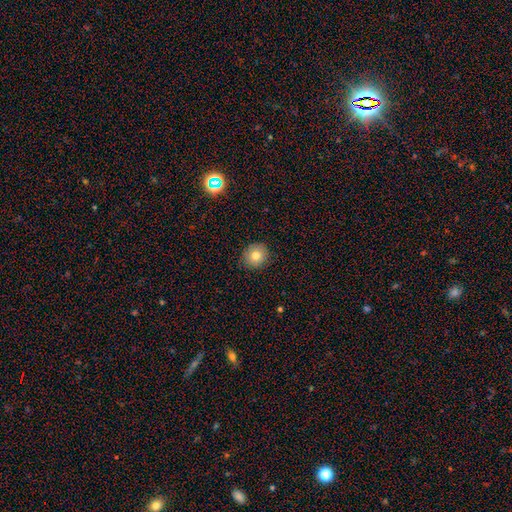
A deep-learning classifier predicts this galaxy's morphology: Smooth or featured? Predicted: smooth (p=0.79). How rounded? Predicted: round (p=0.87). Merging? Predicted: none (p=0.89).